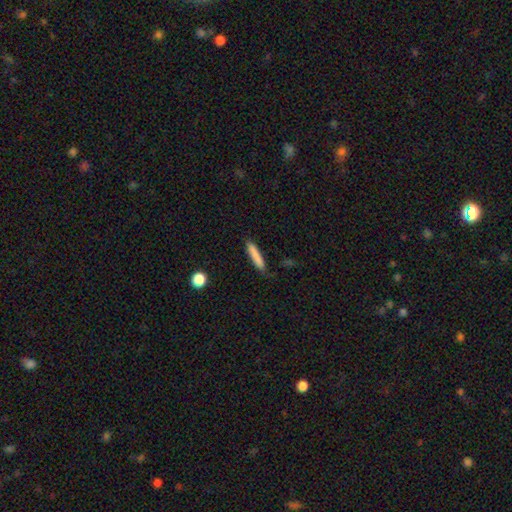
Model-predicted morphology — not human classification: Smooth or featured: smooth — 83% (featured or disk — 10%)
How rounded: cigar-shaped — 90% (in between — 9%)
Merging: none — 79% (minor disturbance — 16%)